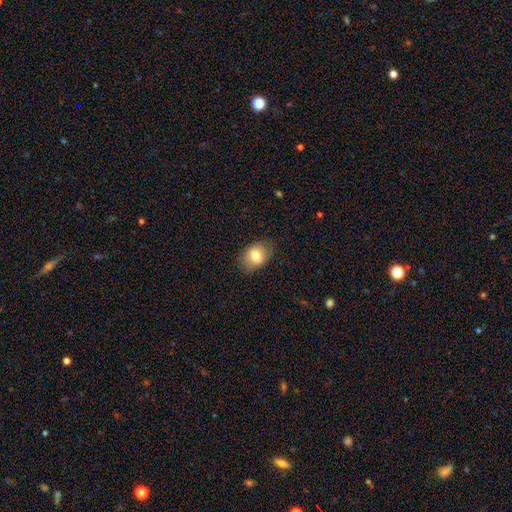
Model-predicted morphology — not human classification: Overall: smooth (77%). How rounded: in between (67%; round 32%). Merging: none (81%).